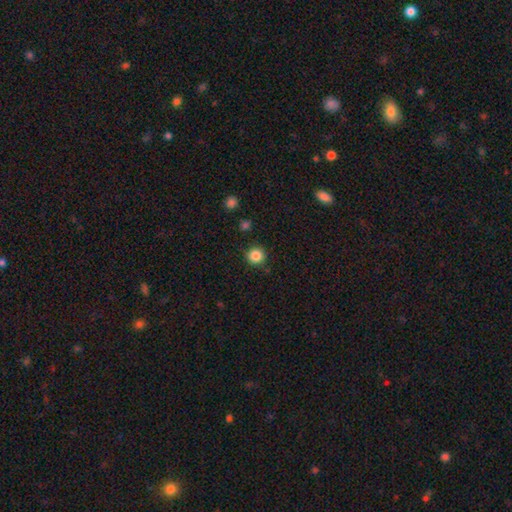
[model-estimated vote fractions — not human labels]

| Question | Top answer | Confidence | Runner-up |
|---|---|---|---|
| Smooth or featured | smooth | 85% | star or artifact (11%) |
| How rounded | round | 94% | in between (5%) |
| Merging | none | 89% | minor disturbance (7%) |